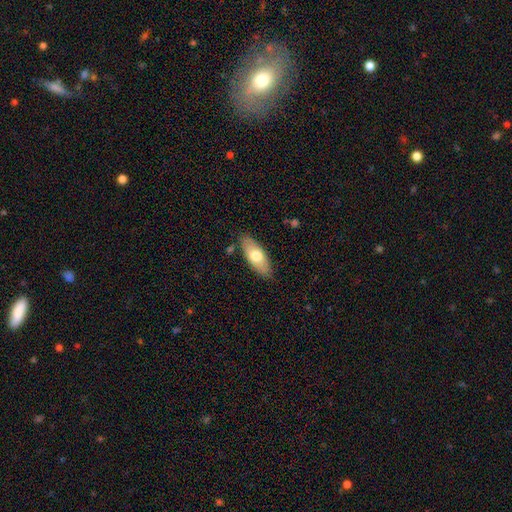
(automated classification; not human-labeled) smooth-or-featured: smooth: 67% | featured or disk: 28% | star or artifact: 6%
  how-rounded: in between: 80% | cigar-shaped: 18% | round: 2%
  merging: none: 84% | minor disturbance: 12% | major disturbance: 2% | merger: 2%